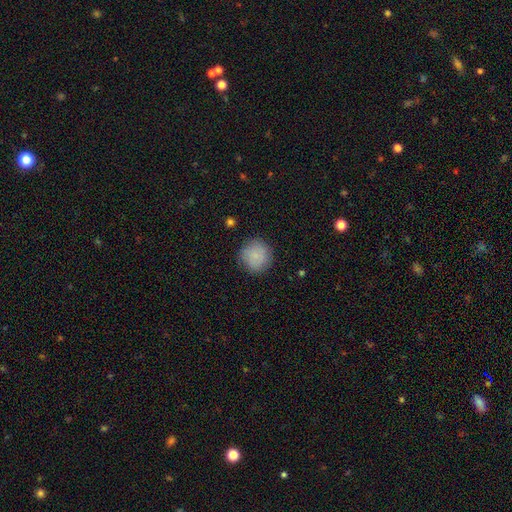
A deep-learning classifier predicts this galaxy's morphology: type=smooth (83%); roundness=round (93%); merging=none (83%).